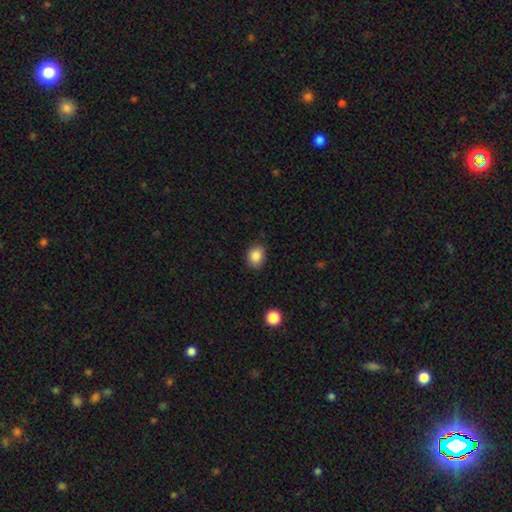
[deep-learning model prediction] The model was most divided on "how rounded": round: 50%, in between: 49%, cigar-shaped: 1%. More confident: smooth or featured — smooth (87%); merging — none (81%).